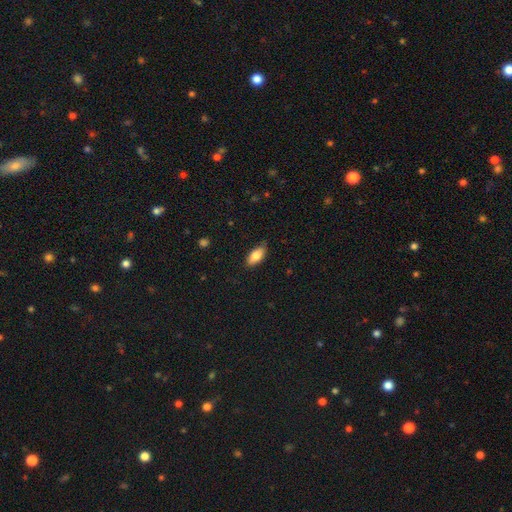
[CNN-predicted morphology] This appears to be a smooth galaxy with no disk features (81%) that is in between round and cigar-shaped (91%). Merging: none (80%).